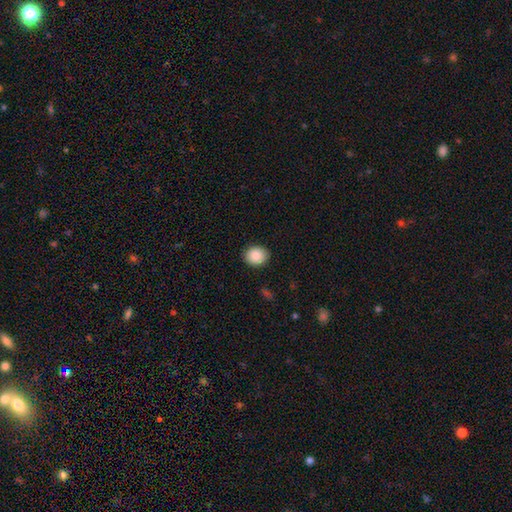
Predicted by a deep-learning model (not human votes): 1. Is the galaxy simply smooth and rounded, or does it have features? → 89% smooth, 7% star or artifact, 4% featured or disk.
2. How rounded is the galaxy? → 60% round, 39% in between, 1% cigar-shaped.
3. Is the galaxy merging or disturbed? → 89% none, 8% minor disturbance, 2% major disturbance, 1% merger.